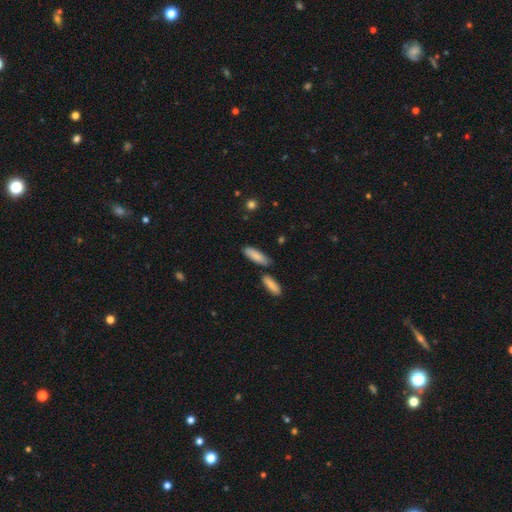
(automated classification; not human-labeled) This appears to be a smooth galaxy with no disk features (85%) that is in between round and cigar-shaped (51%). Merging: none (71%).